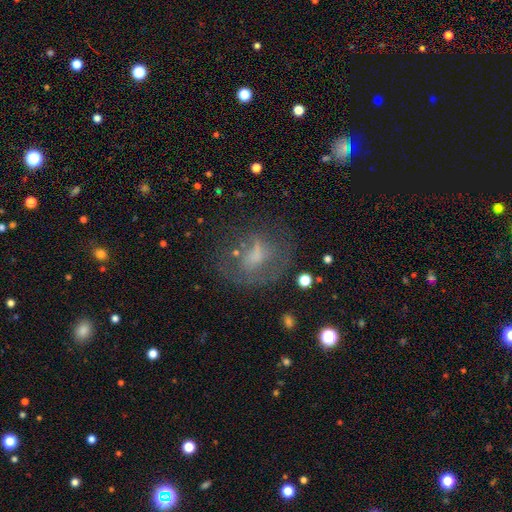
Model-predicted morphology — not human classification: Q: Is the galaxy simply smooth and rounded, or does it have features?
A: featured or disk — 47%.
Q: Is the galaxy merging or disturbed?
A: none — 45%.